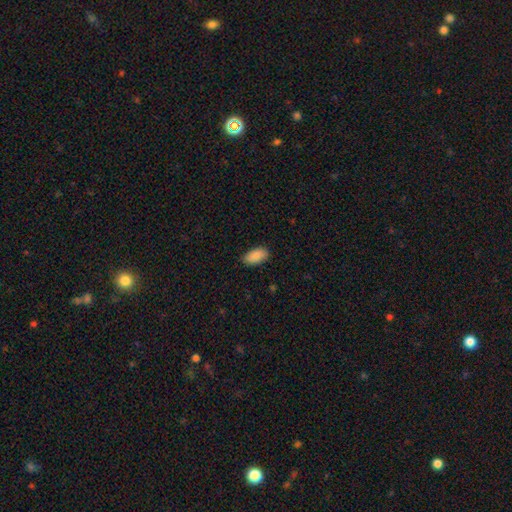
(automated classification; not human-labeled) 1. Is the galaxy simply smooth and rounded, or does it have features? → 89% smooth, 7% star or artifact, 4% featured or disk.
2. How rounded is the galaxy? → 94% in between, 4% cigar-shaped, 3% round.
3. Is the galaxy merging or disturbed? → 84% none, 12% minor disturbance, 2% major disturbance, 1% merger.